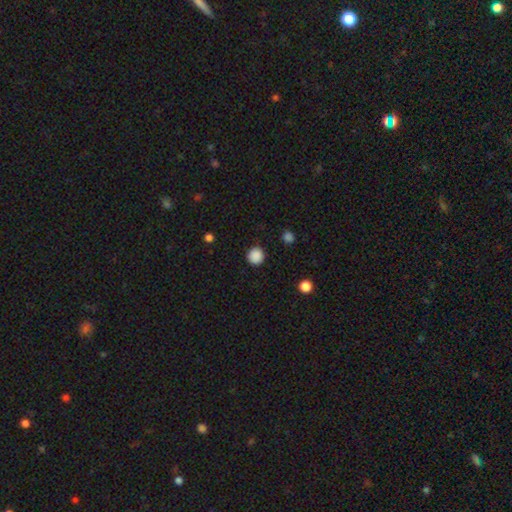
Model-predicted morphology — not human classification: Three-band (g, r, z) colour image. It shows a smooth galaxy with no disk features (88%) that is round (95%). Merging: none (91%).